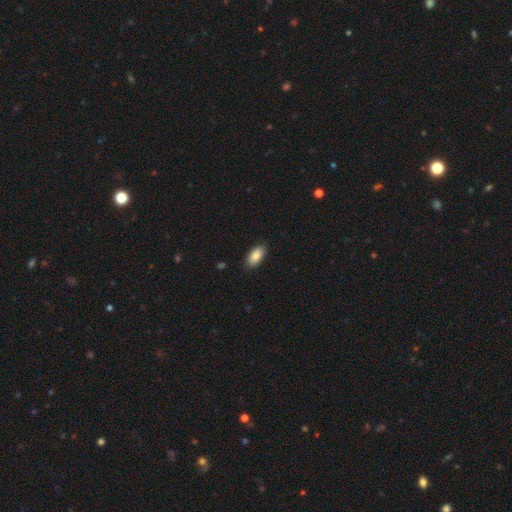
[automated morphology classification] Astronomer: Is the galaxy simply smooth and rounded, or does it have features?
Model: smooth — 86%.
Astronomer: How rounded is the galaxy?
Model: in between — 92%.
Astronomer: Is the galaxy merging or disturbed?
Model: none — 86%.